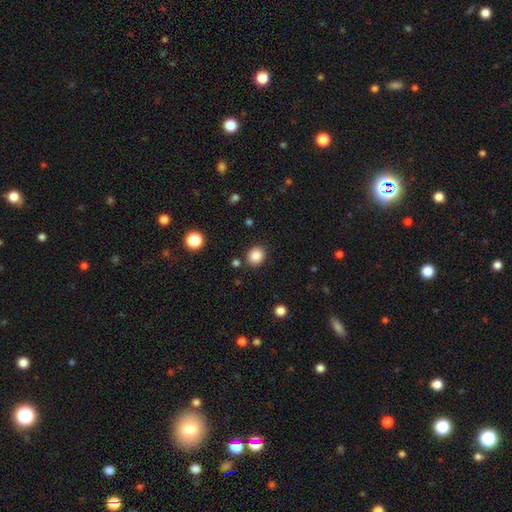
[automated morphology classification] A smooth galaxy with no disk features (87%) that is round (68%). Merging: none (86%).